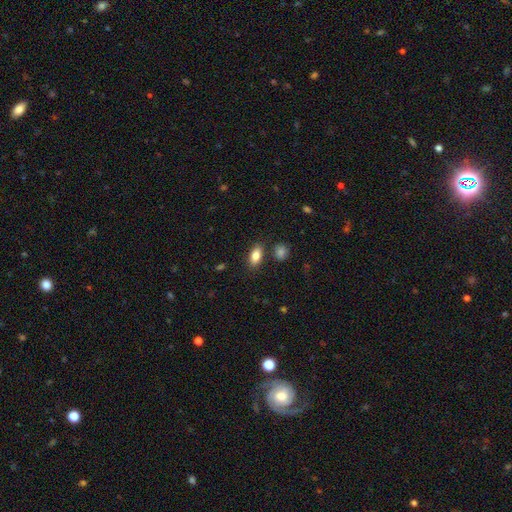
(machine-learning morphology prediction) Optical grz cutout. It shows a smooth galaxy with no disk features (83%) that is in between round and cigar-shaped (88%). Merging: none (82%).